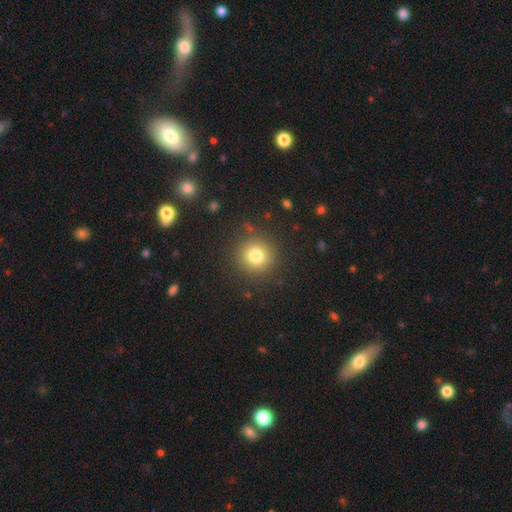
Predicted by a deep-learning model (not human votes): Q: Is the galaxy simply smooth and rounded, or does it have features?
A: smooth — 78%.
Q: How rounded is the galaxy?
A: round — 94%.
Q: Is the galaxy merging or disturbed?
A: none — 89%.